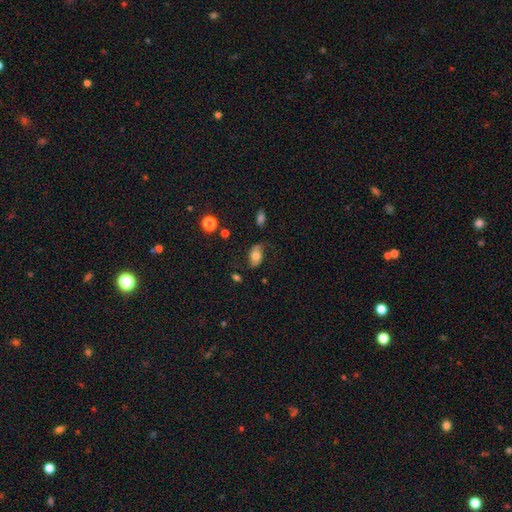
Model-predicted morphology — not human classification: smooth-or-featured: smooth: 59% | featured or disk: 32% | star or artifact: 9%
  how-rounded: in between: 90% | round: 7% | cigar-shaped: 3%
  merging: none: 67% | minor disturbance: 23% | major disturbance: 8% | merger: 2%